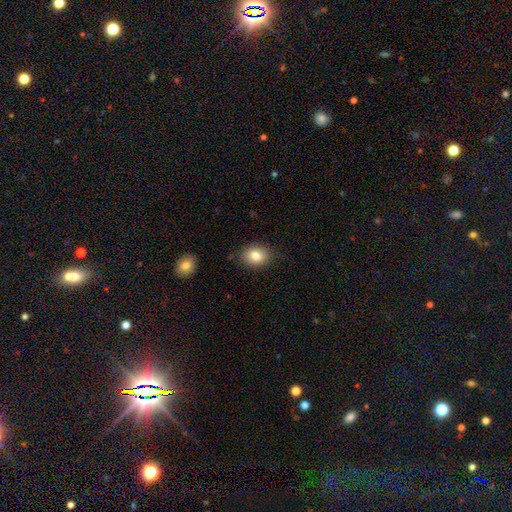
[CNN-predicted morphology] smooth 82%, star or artifact 9%, featured or disk 9%. Down the decision tree: how rounded — in between (55%); merging — none (83%).